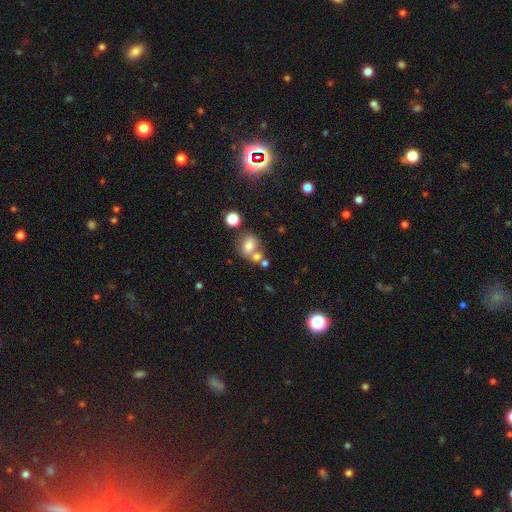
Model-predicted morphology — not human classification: Q: Smooth or featured?
A: smooth (70%); runner-up: featured or disk (16%)
Q: How rounded?
A: round (65%); runner-up: in between (34%)
Q: Merging?
A: none (44%); runner-up: merger (38%)